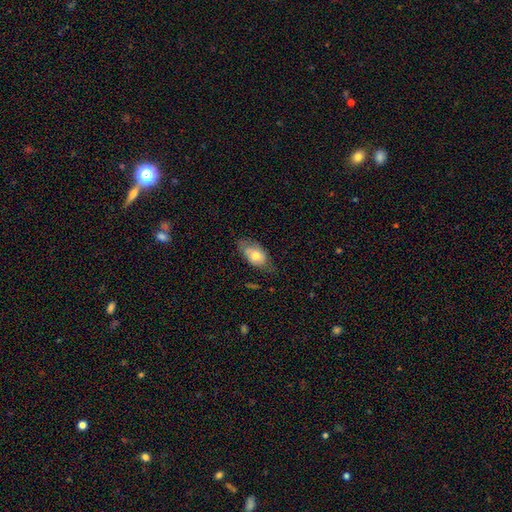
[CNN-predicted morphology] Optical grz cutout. It shows a smooth galaxy with no disk features (65%) that is in between round and cigar-shaped (90%). Merging: none (59%).